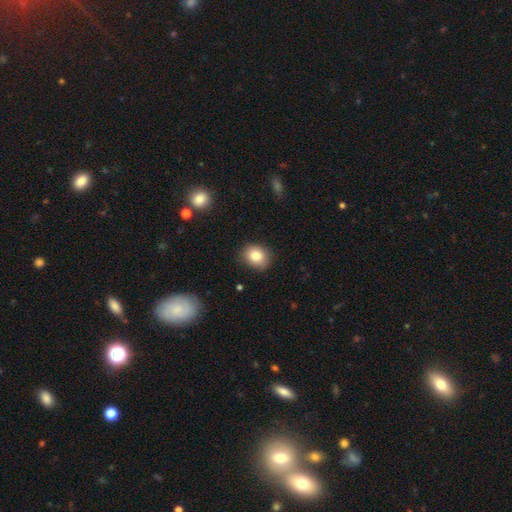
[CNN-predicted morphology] Smooth or featured: smooth — 84% (star or artifact — 9%)
How rounded: round — 56% (in between — 43%)
Merging: none — 81% (minor disturbance — 15%)